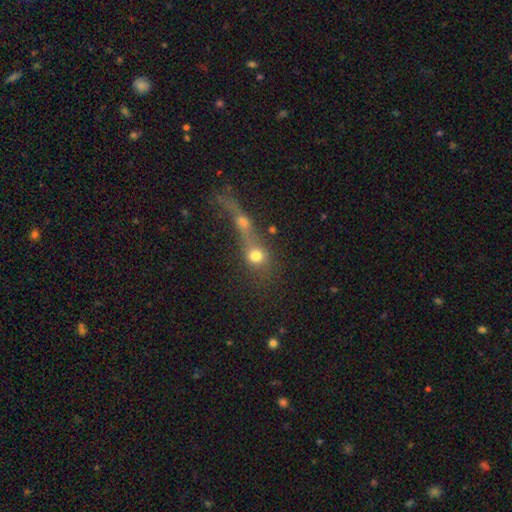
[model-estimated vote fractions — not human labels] Morphology: type=smooth (68%); roundness=round (69%); merging=merger (53%).